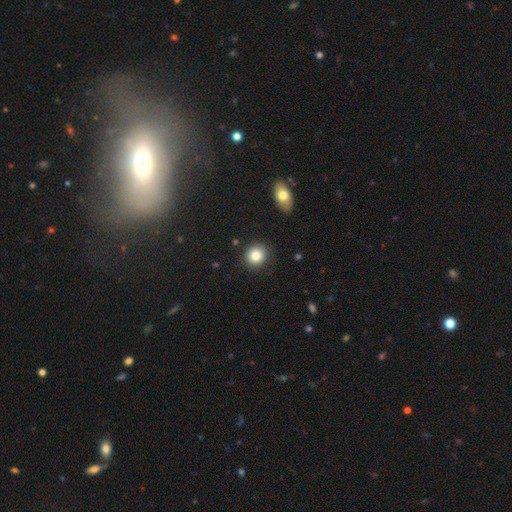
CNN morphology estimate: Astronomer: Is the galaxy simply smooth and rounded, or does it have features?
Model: smooth — 84%.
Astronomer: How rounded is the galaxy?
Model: round — 83%.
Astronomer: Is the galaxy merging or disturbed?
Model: none — 88%.